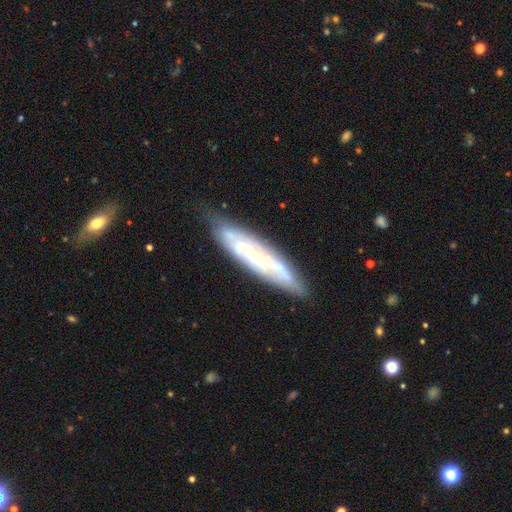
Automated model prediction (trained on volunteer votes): A featured or disk galaxy (69%). Merging: none (75%).